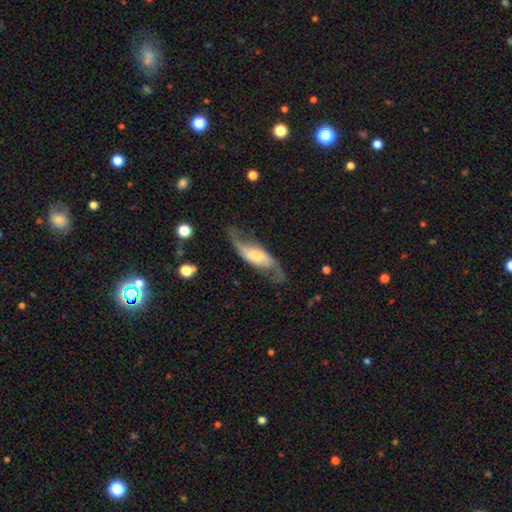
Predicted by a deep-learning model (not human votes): The model was most divided on "bulge size": moderate: 29%, small: 26%, large: 21%, none: 18%, dominant: 5%. Remaining: spiral arms — yes (93%); spiral arm count — 2 (92%); edge-on disk — no (88%); spiral winding — loose (77%); smooth or featured — featured or disk (77%); merging — none (63%); bar — weak (40%).